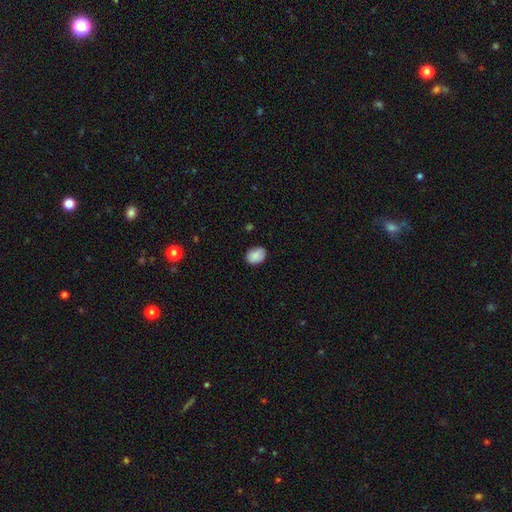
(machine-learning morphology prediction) smooth 88%, star or artifact 8%, featured or disk 4%. Down the decision tree: how rounded — in between (71%); merging — none (77%).